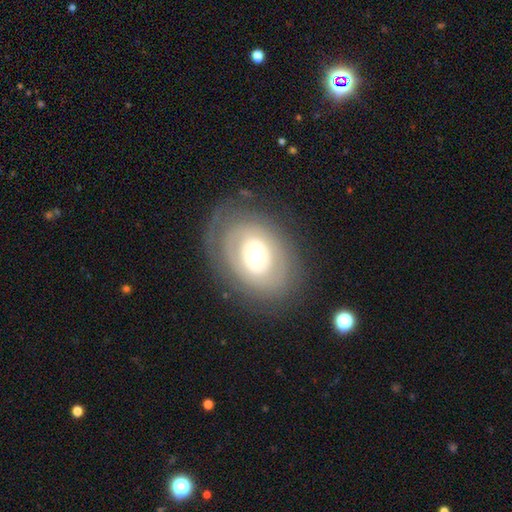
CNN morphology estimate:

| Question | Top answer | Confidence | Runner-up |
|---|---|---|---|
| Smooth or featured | featured or disk | 65% | smooth (28%) |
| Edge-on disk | no | 94% | yes (6%) |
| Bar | no | 68% | weak (23%) |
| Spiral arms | no | 51% | yes (49%) |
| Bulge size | moderate | 58% | small (30%) |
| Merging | none | 79% | minor disturbance (13%) |